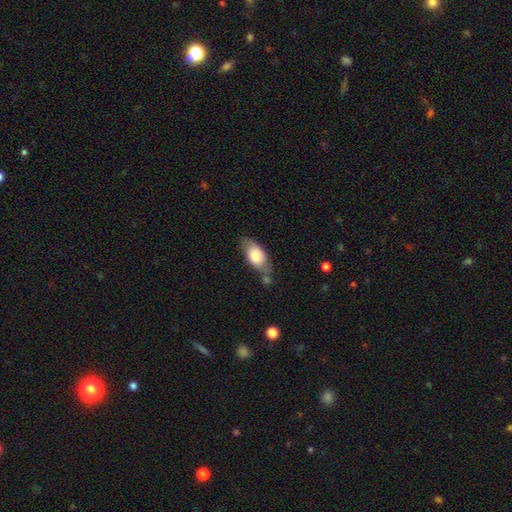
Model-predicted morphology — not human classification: Q: Smooth or featured?
A: smooth (76%); runner-up: featured or disk (17%)
Q: How rounded?
A: in between (89%); runner-up: cigar-shaped (7%)
Q: Merging?
A: none (56%); runner-up: minor disturbance (25%)